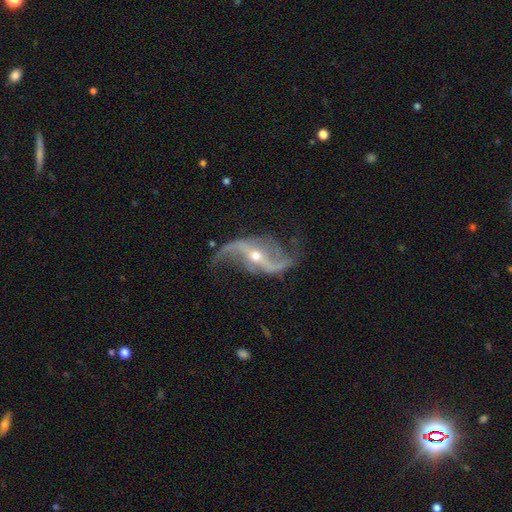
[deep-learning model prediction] smooth_or_featured: featured or disk (p=0.92) [alt: star or artifact p=0.05]
disk_edge_on: no (p=0.96) [alt: yes p=0.04]
bar: strong (p=0.44) [alt: weak p=0.31]
has_spiral_arms: yes (p=0.97) [alt: no p=0.03]
spiral_winding: loose (p=0.85) [alt: medium p=0.11]
spiral_arm_count: 2 (p=0.94) [alt: 1 p=0.02]
bulge_size: small (p=0.49) [alt: moderate p=0.48]
merging: none (p=0.73) [alt: minor disturbance p=0.16]